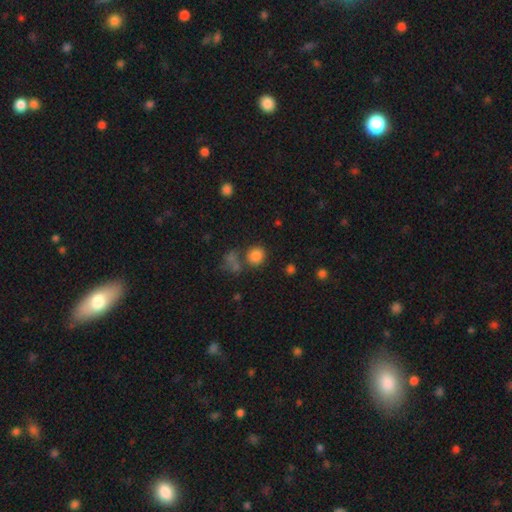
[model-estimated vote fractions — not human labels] This is clearly a smooth galaxy (82%). How rounded: clearly round (80%). Merging: likely none (70%).